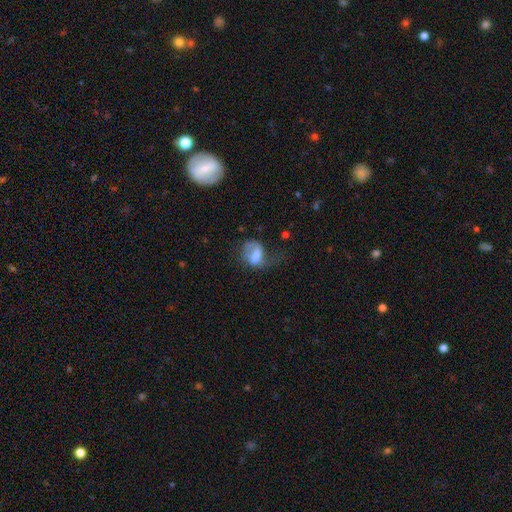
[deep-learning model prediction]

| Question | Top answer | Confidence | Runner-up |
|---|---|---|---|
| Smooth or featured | smooth | 52% | featured or disk (37%) |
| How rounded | in between | 74% | round (22%) |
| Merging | major disturbance | 48% | none (24%) |